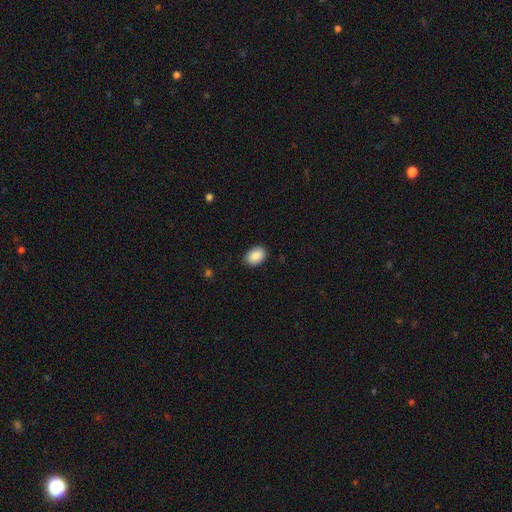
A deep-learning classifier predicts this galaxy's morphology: Smooth or featured? smooth (89%)
How rounded? in between (84%)
Merging? none (87%)